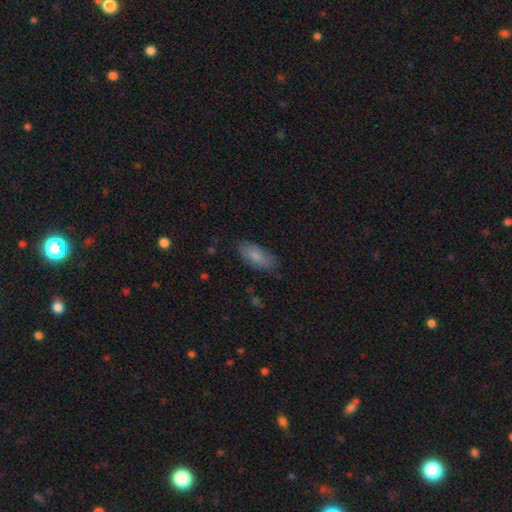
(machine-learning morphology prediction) This is clearly a smooth galaxy (81%). How rounded: clearly in between (86%). Merging: likely none (79%).